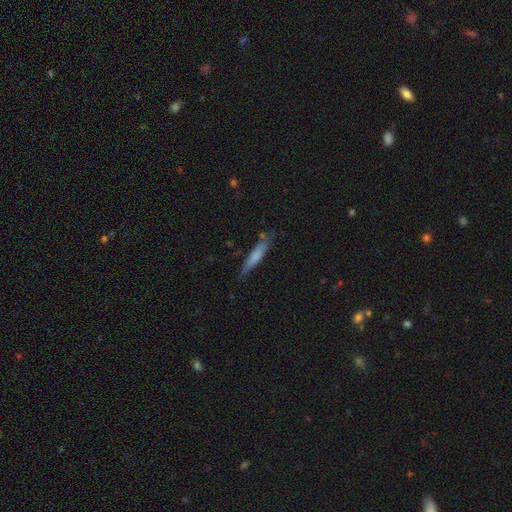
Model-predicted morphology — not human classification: smooth_or_featured: smooth (p=0.70) [alt: featured or disk p=0.24]
how_rounded: cigar-shaped (p=0.87) [alt: in between p=0.12]
merging: none (p=0.71) [alt: minor disturbance p=0.21]